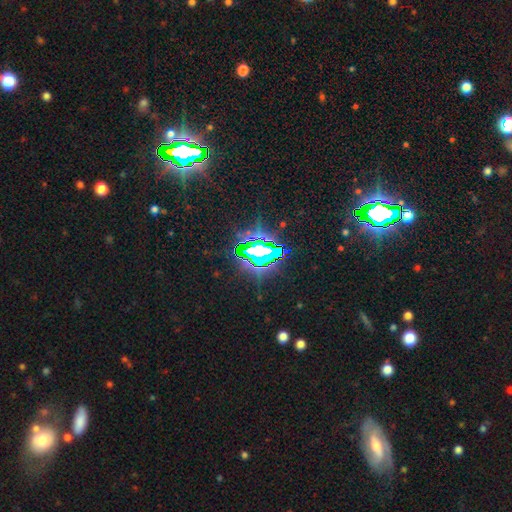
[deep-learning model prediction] Smooth or featured: star or artifact — 77% (smooth — 12%)